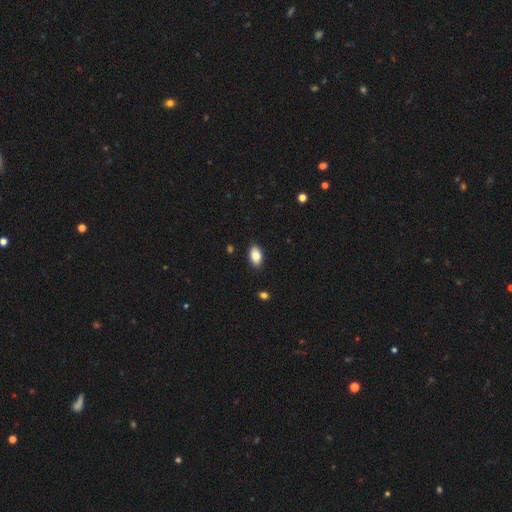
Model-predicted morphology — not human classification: type=smooth (87%); roundness=in between (93%); merging=none (89%).